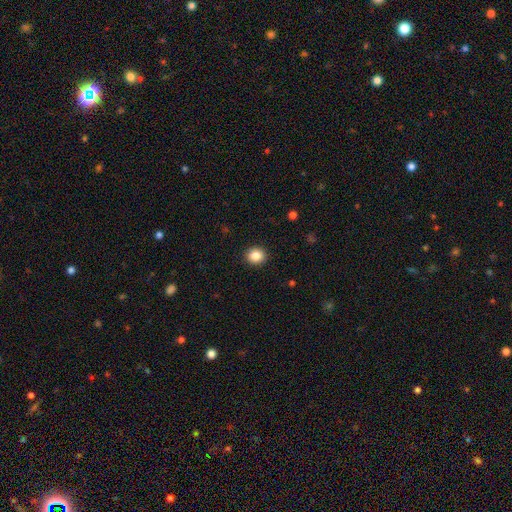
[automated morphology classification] Smooth or featured: smooth — 87% (star or artifact — 9%)
How rounded: round — 79% (in between — 20%)
Merging: none — 92% (minor disturbance — 6%)